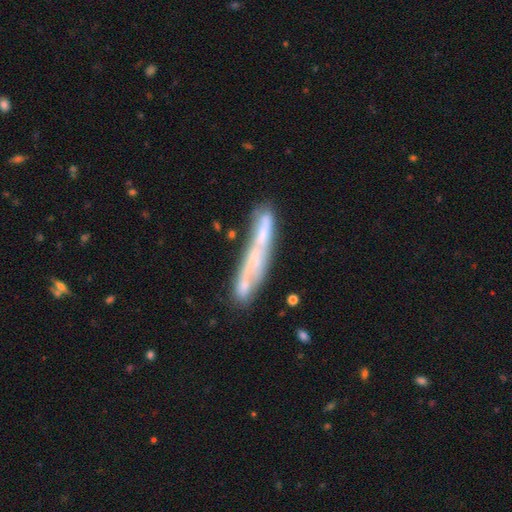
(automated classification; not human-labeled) Smooth or featured: featured or disk — 56% (smooth — 36%)
Edge-on disk: yes — 71% (no — 29%)
Merging: none — 67% (minor disturbance — 19%)